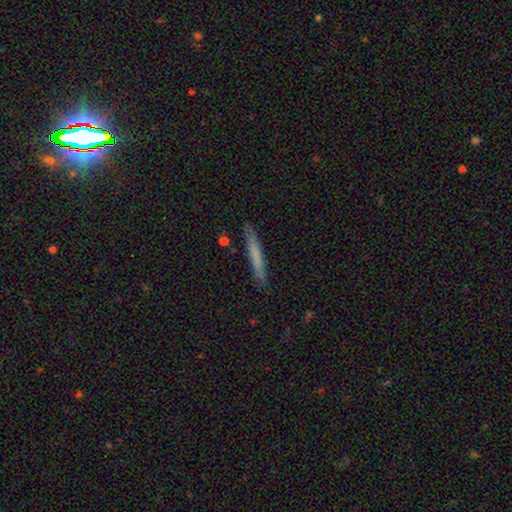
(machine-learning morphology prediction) type=smooth (66%); roundness=cigar-shaped (96%); merging=none (89%).